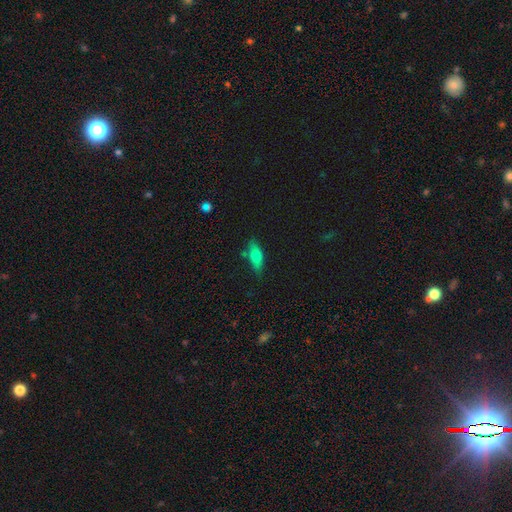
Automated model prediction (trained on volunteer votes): Q: Smooth or featured?
A: smooth (69%); runner-up: featured or disk (22%)
Q: How rounded?
A: in between (62%); runner-up: cigar-shaped (35%)
Q: Merging?
A: none (72%); runner-up: minor disturbance (19%)